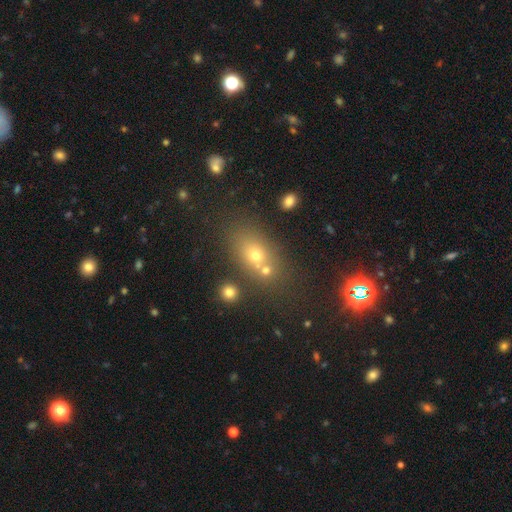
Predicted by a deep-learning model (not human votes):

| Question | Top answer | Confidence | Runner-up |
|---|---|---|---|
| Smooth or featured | smooth | 63% | star or artifact (19%) |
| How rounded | in between | 65% | round (31%) |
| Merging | none | 56% | merger (27%) |